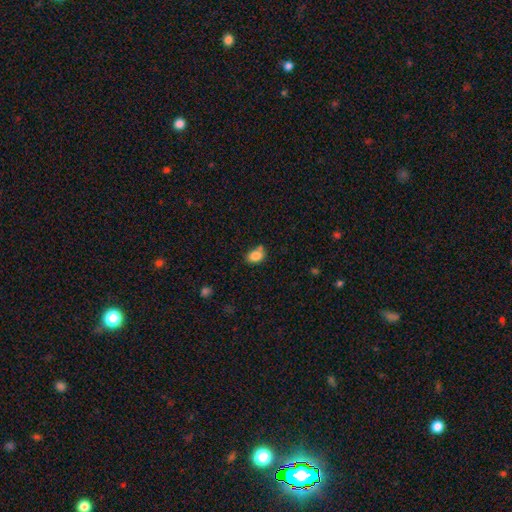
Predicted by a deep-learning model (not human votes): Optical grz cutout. It shows a smooth galaxy with no disk features (83%) that is in between round and cigar-shaped (77%). Merging: none (56%).